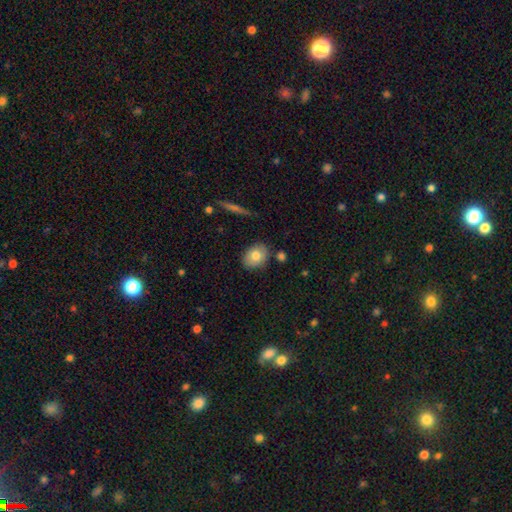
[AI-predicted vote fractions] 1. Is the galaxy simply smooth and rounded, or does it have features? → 77% smooth, 16% featured or disk, 8% star or artifact.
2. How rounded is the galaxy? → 65% in between, 34% round, 1% cigar-shaped.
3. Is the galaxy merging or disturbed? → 81% none, 12% minor disturbance, 4% merger, 3% major disturbance.